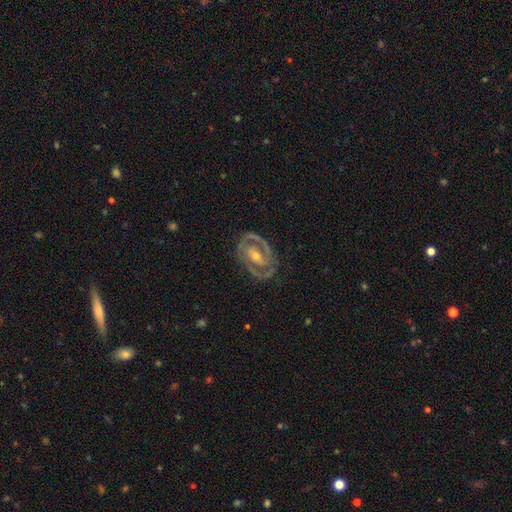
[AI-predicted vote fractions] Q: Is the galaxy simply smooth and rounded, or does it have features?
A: featured or disk — 90%.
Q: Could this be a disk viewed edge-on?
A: no — 96%.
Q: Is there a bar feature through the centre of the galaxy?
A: weak — 37%.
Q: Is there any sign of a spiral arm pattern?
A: yes — 93%.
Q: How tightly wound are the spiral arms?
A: tight — 54%.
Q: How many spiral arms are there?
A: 2 — 85%.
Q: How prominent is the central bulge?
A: moderate — 52%.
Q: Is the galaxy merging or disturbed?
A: none — 79%.